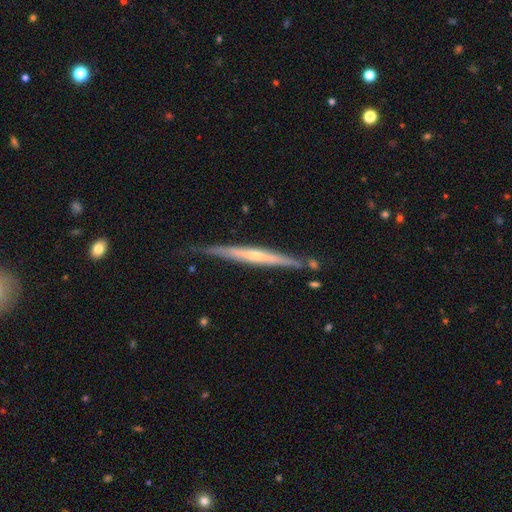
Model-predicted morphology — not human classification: This appears to be a featured or disk galaxy (71%) viewed edge-on (96%) with a rounded central bulge (48%). Merging: none (77%).